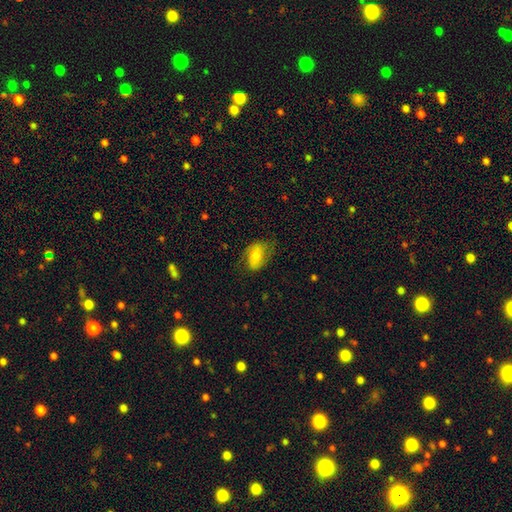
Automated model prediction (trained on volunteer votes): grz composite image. It shows a smooth galaxy with no disk features (59%) that is in between round and cigar-shaped (86%). Merging: none (66%).